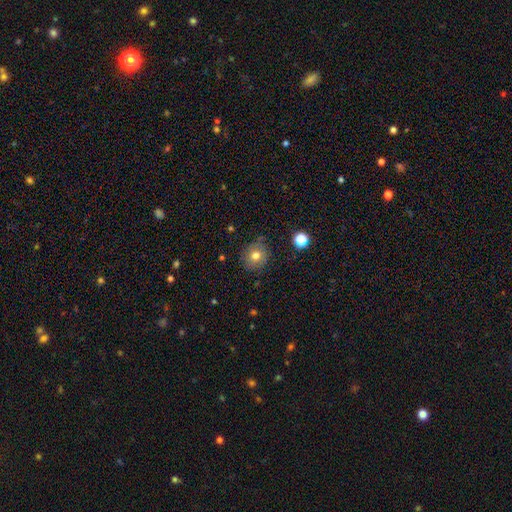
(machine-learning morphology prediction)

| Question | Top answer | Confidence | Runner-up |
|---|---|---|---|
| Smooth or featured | smooth | 74% | featured or disk (14%) |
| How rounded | round | 85% | in between (14%) |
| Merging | none | 81% | minor disturbance (13%) |